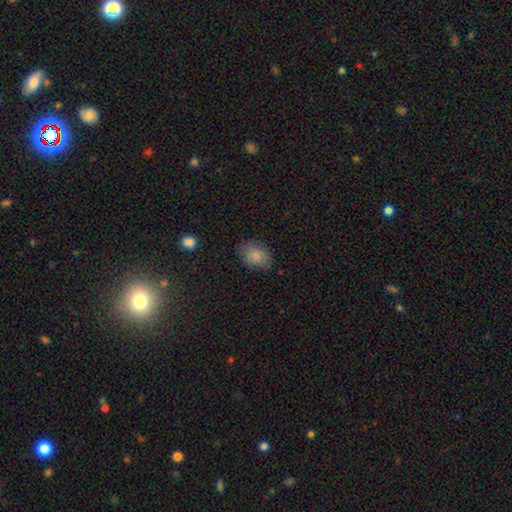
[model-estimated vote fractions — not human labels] smooth-or-featured: smooth: 84% | featured or disk: 9% | star or artifact: 8%
  how-rounded: in between: 81% | round: 18% | cigar-shaped: 1%
  merging: none: 81% | minor disturbance: 15% | major disturbance: 3% | merger: 1%